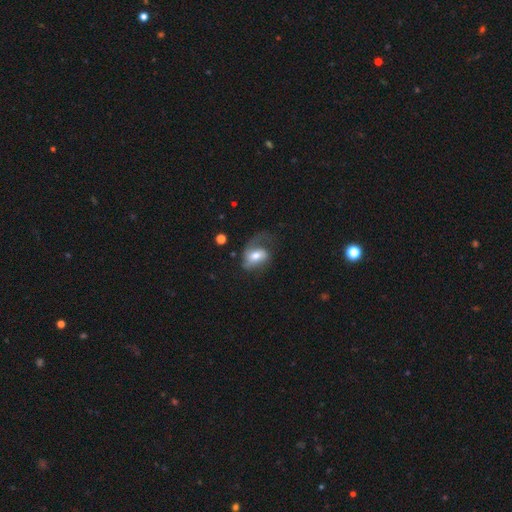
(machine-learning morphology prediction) smooth-or-featured: featured or disk: 52% | smooth: 41% | star or artifact: 7%
  disk-edge-on: no: 95% | yes: 5%
  merging: major disturbance: 43% | none: 33% | minor disturbance: 22% | merger: 3%